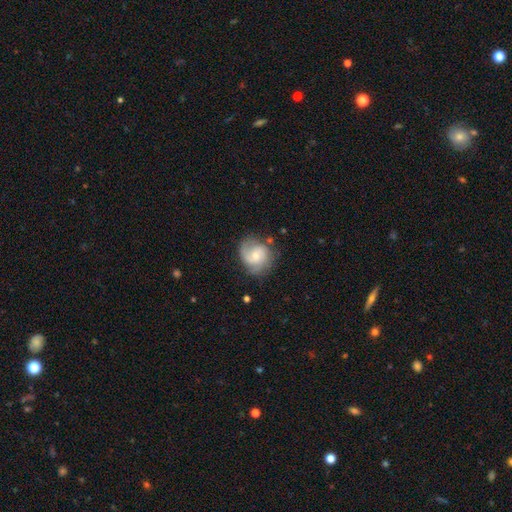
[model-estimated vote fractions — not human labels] smooth_or_featured: featured or disk (p=0.72) [alt: smooth p=0.21]
disk_edge_on: no (p=0.98) [alt: yes p=0.02]
bar: no (p=0.64) [alt: weak p=0.32]
has_spiral_arms: yes (p=0.93) [alt: no p=0.07]
spiral_winding: medium (p=0.44) [alt: tight p=0.36]
spiral_arm_count: 2 (p=0.52) [alt: can't tell p=0.16]
bulge_size: small (p=0.55) [alt: moderate p=0.38]
merging: none (p=0.68) [alt: minor disturbance p=0.20]